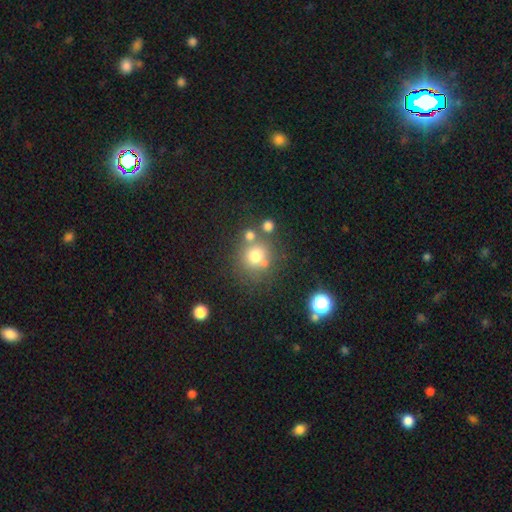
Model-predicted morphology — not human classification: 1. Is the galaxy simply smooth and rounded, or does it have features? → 71% smooth, 15% star or artifact, 13% featured or disk.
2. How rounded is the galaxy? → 86% round, 13% in between, 1% cigar-shaped.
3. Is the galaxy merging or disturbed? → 63% none, 20% merger, 12% minor disturbance, 6% major disturbance.